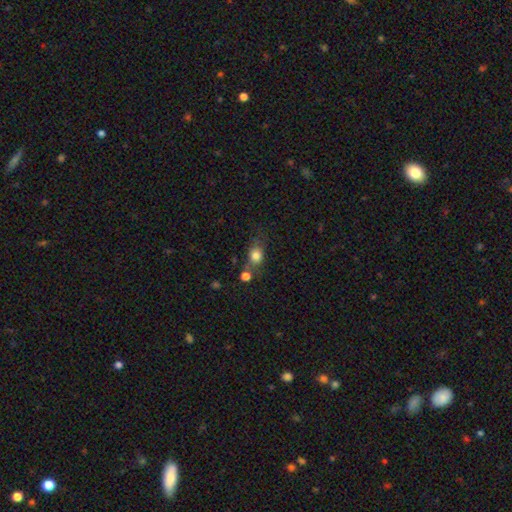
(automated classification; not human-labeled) Q: Smooth or featured?
A: smooth (80%); runner-up: star or artifact (11%)
Q: How rounded?
A: round (54%); runner-up: in between (43%)
Q: Merging?
A: none (54%); runner-up: merger (21%)